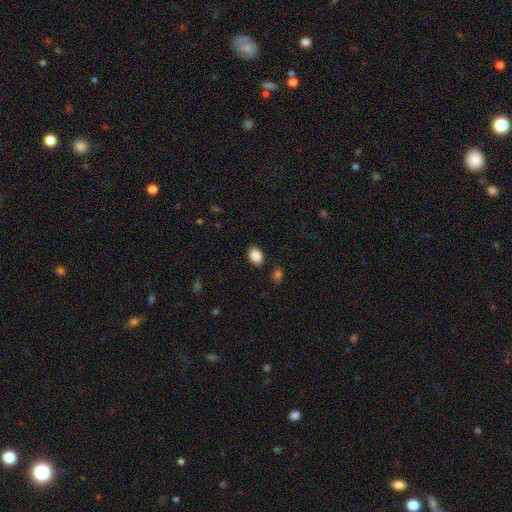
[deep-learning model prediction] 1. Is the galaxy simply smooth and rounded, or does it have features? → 89% smooth, 8% star or artifact, 4% featured or disk.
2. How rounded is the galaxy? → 84% in between, 14% round, 1% cigar-shaped.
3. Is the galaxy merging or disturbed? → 87% none, 9% minor disturbance, 3% major disturbance, 2% merger.